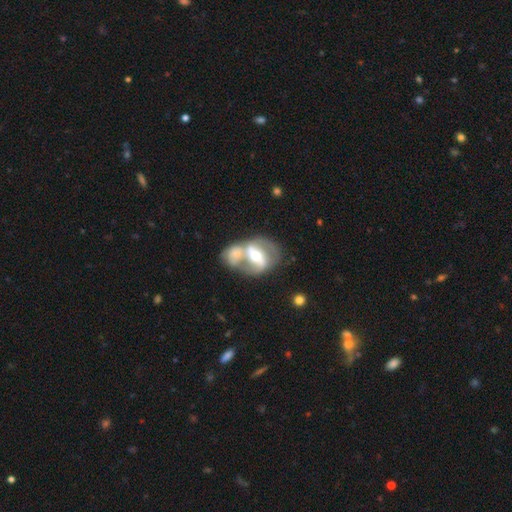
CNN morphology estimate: Overall: featured or disk (70%). Edge-on disk: no (95%). Bar: strong (44%; weak 32%). Spiral arms: yes (57%; no 43%). Bulge size: moderate (69%). Merging: merger (61%; none 23%).